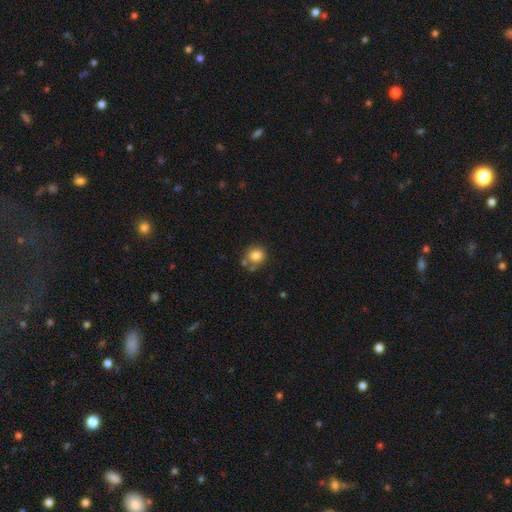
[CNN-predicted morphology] smooth 82%, star or artifact 10%, featured or disk 8%. Down the decision tree: how rounded — round (88%); merging — none (64%).